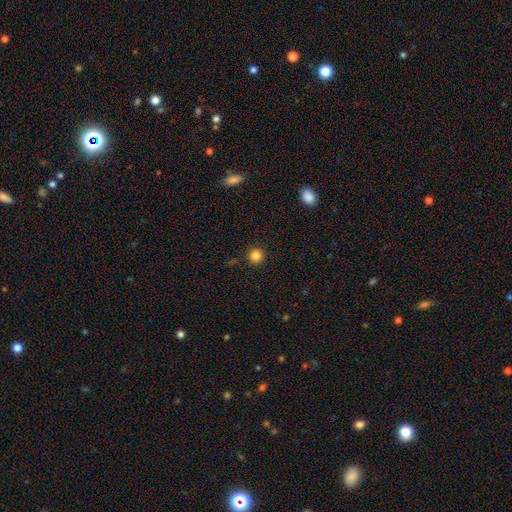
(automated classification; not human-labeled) Q: Smooth or featured?
A: smooth (83%); runner-up: star or artifact (12%)
Q: How rounded?
A: round (95%); runner-up: in between (4%)
Q: Merging?
A: none (92%); runner-up: minor disturbance (5%)